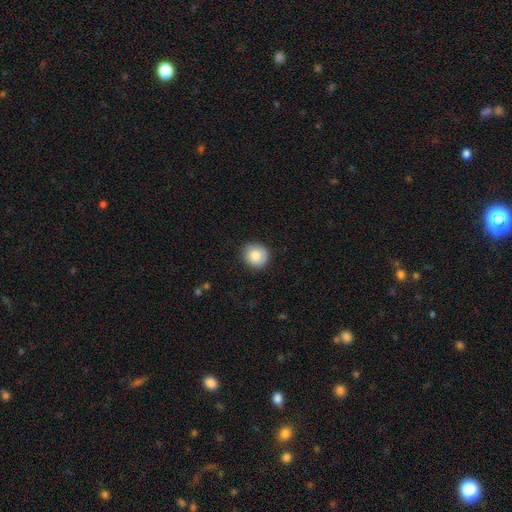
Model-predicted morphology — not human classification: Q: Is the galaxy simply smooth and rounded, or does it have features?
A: smooth — 83%.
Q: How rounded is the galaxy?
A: round — 87%.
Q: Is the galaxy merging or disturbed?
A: none — 84%.